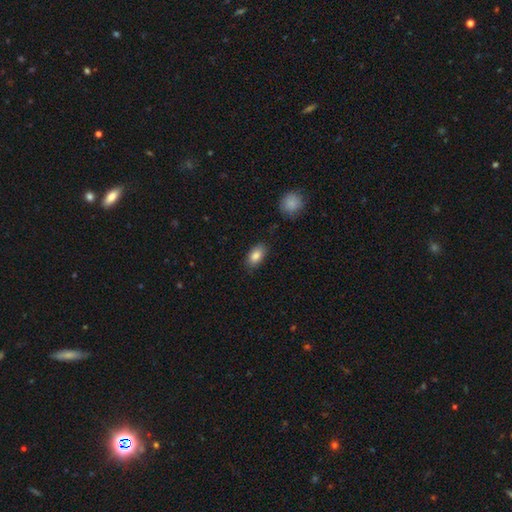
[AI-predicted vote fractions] smooth-or-featured: smooth: 86% | star or artifact: 7% | featured or disk: 6%
  how-rounded: in between: 90% | round: 6% | cigar-shaped: 3%
  merging: none: 84% | minor disturbance: 12% | major disturbance: 3% | merger: 2%